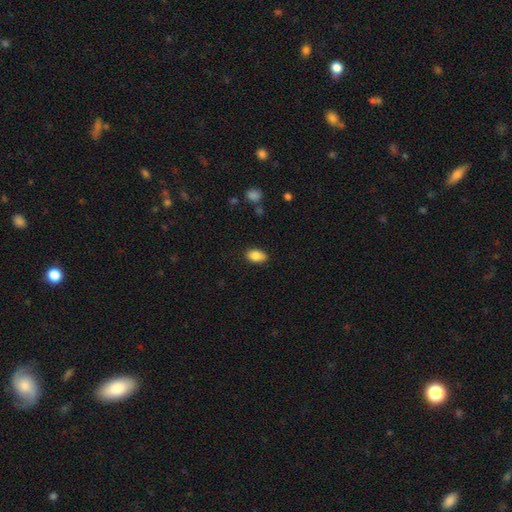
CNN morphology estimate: Smooth or featured?
  - smooth: 86% *
  - star or artifact: 8%
  - featured or disk: 6%
How rounded?
  - in between: 90% *
  - round: 8%
  - cigar-shaped: 2%
Merging?
  - none: 83% *
  - minor disturbance: 13%
  - major disturbance: 3%
  - merger: 1%